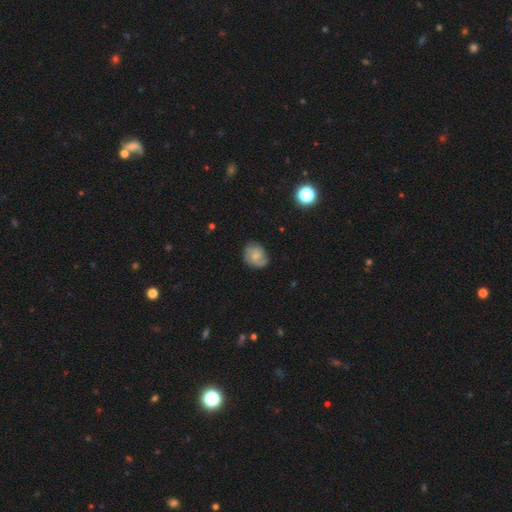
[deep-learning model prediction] Smooth or featured?
  - featured or disk: 47% *
  - smooth: 45%
  - star or artifact: 8%
Merging?
  - none: 72% *
  - minor disturbance: 21%
  - major disturbance: 6%
  - merger: 1%